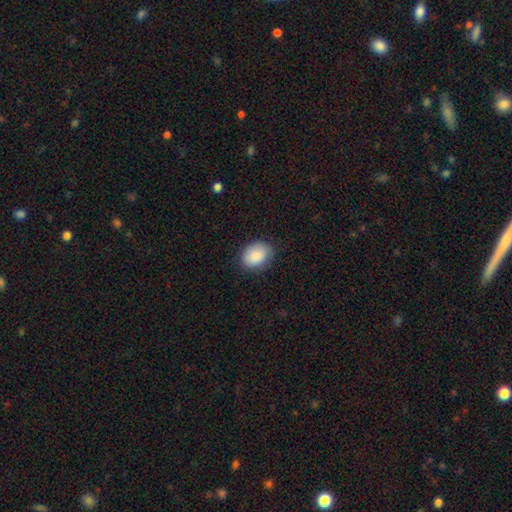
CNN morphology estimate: Overall: smooth (88%). How rounded: in between (69%; round 30%). Merging: none (80%).